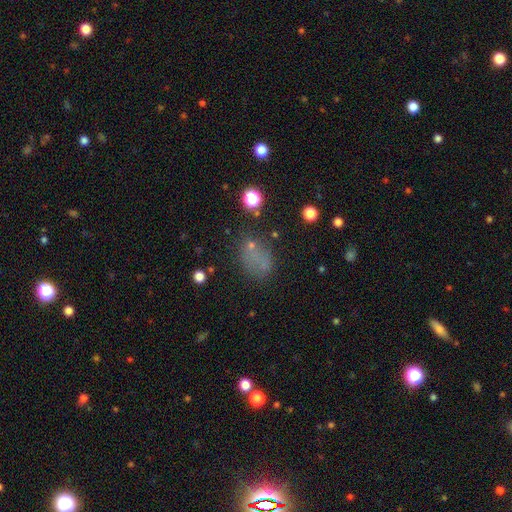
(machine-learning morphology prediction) Q: Smooth or featured?
A: smooth (54%); runner-up: star or artifact (30%)
Q: How rounded?
A: in between (61%); runner-up: round (37%)
Q: Merging?
A: none (58%); runner-up: minor disturbance (19%)